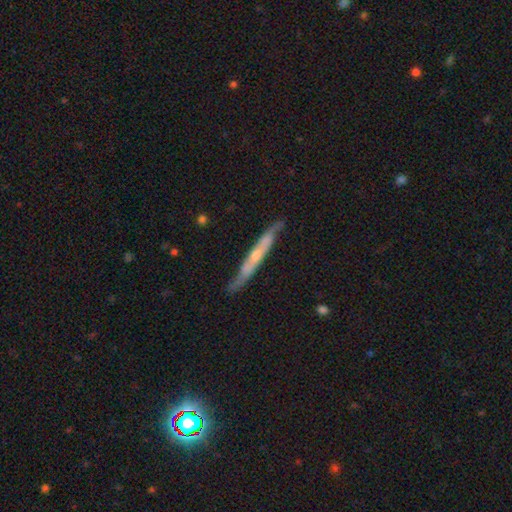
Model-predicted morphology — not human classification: A featured or disk galaxy (64%) viewed edge-on (82%) with no central bulge (48%).

Vote fractions:
- Smooth or featured? featured or disk: 64% / smooth: 31% / star or artifact: 5%
- Edge-on disk? yes: 82% / no: 18%
- Edge-on bulge? none: 48% / rounded: 44% / boxy: 8%
- Merging? none: 74% / minor disturbance: 20% / major disturbance: 4% / merger: 2%